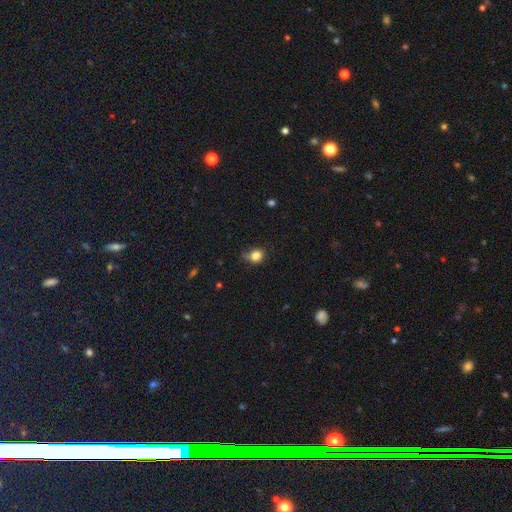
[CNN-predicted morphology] smooth_or_featured: smooth (p=0.83) [alt: star or artifact p=0.11]
how_rounded: round (p=0.64) [alt: in between p=0.35]
merging: none (p=0.49) [alt: minor disturbance p=0.34]